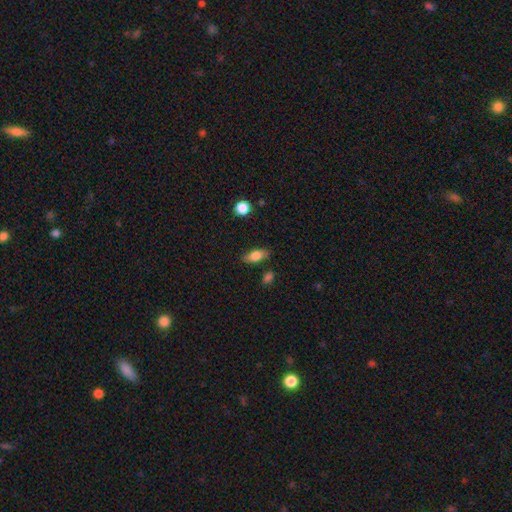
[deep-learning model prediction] This is likely a smooth galaxy (76%). How rounded: likely in between (79%). Merging: likely none (79%).